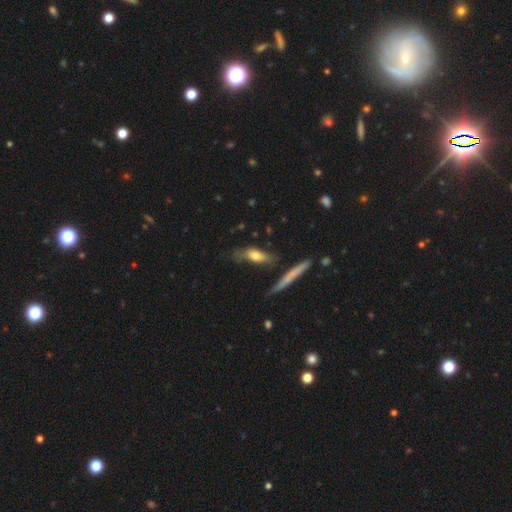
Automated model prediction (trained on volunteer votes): This appears to be a smooth galaxy with no disk features (60%) that is cigar-shaped (55%). Merging: none (62%).